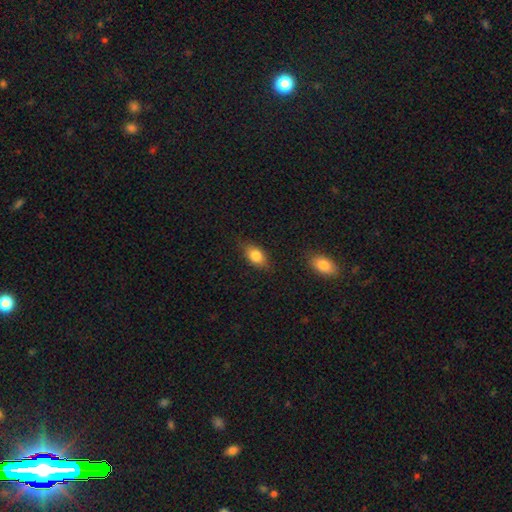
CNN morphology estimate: This is clearly a smooth galaxy (81%). How rounded: clearly in between (85%). Merging: clearly none (80%).